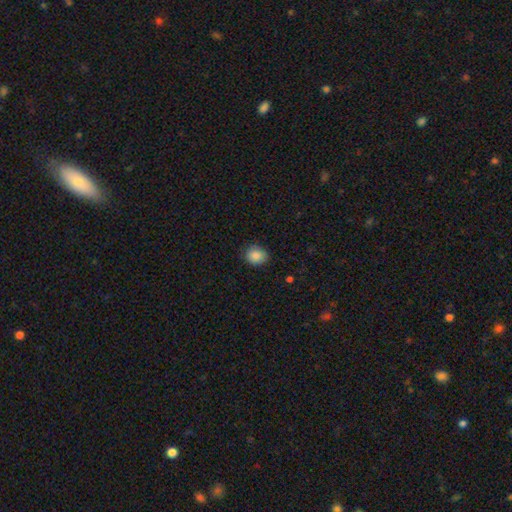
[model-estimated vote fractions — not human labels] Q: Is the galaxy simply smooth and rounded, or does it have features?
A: smooth — 87%.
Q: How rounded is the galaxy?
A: round — 73%.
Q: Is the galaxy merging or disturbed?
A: none — 84%.